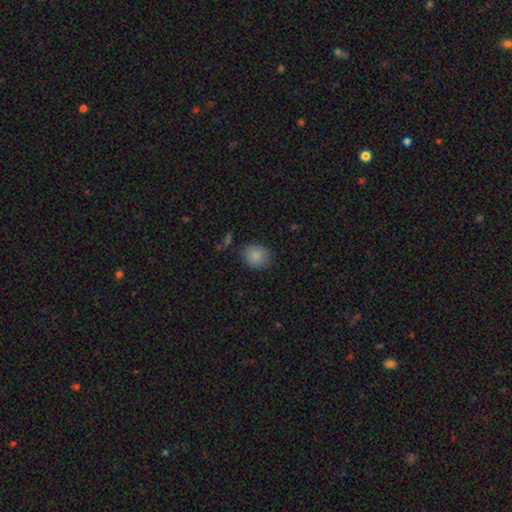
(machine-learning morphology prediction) smooth 87%, star or artifact 8%, featured or disk 5%. Down the decision tree: how rounded — round (78%); merging — none (83%).